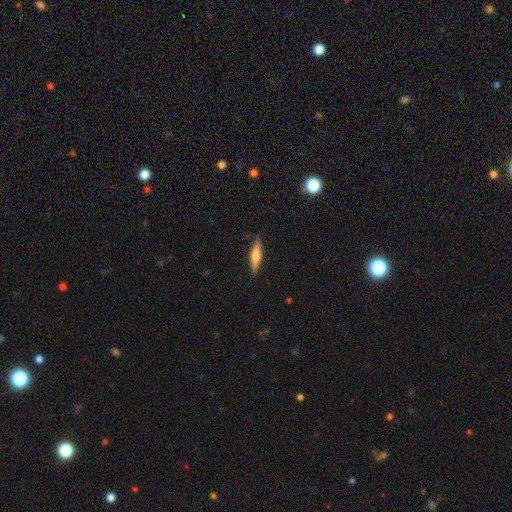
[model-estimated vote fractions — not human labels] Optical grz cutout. It shows a smooth galaxy with no disk features (51%) that is cigar-shaped (82%). Merging: none (88%).